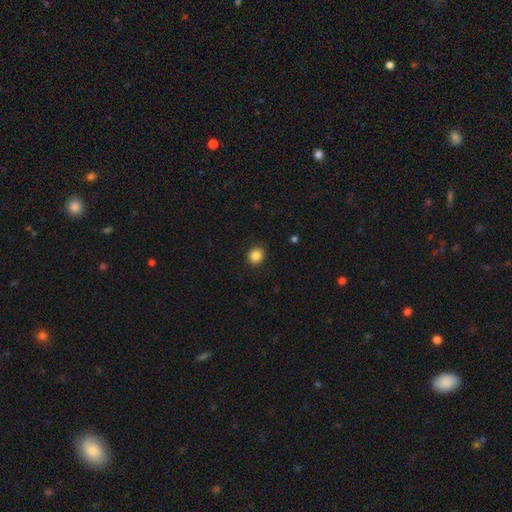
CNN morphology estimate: smooth_or_featured: smooth (p=0.86) [alt: star or artifact p=0.10]
how_rounded: round (p=0.82) [alt: in between p=0.17]
merging: none (p=0.91) [alt: minor disturbance p=0.06]